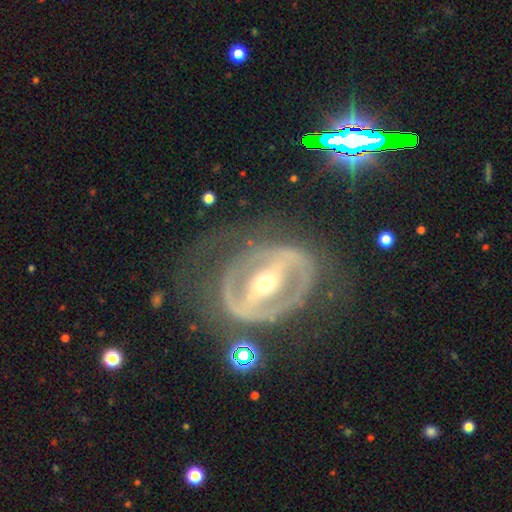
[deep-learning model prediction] This is clearly a featured or disk galaxy (84%). It is clearly not viewed edge-on (93%). Bar: likely strong (72%). Spiral arm pattern: likely yes (60%). Central bulge: possibly moderate (51%). Merging: likely none (61%).